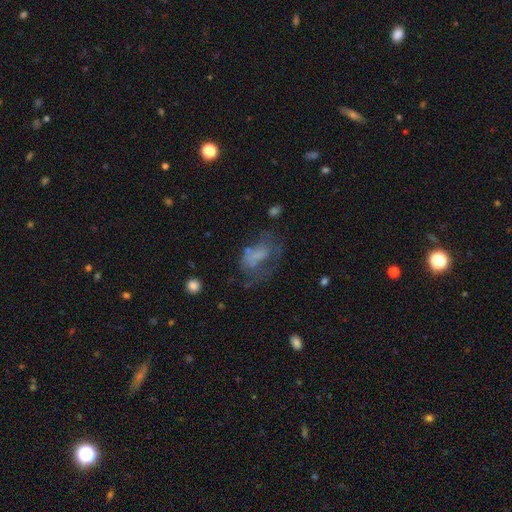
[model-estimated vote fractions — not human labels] Morphology: type=smooth (45%); merging=major disturbance (42%).